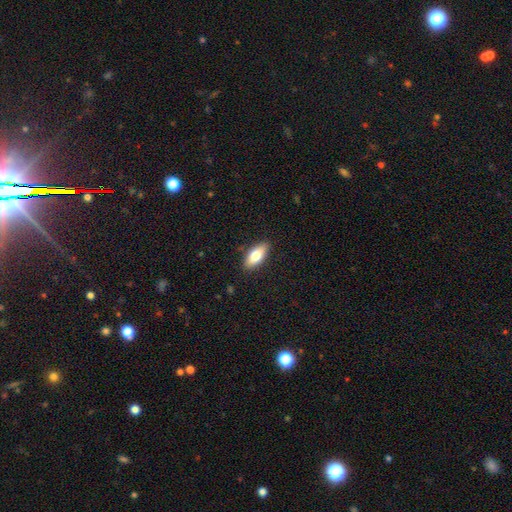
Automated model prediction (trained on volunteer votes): Morphology: type=smooth (74%); roundness=in between (83%); merging=none (88%).